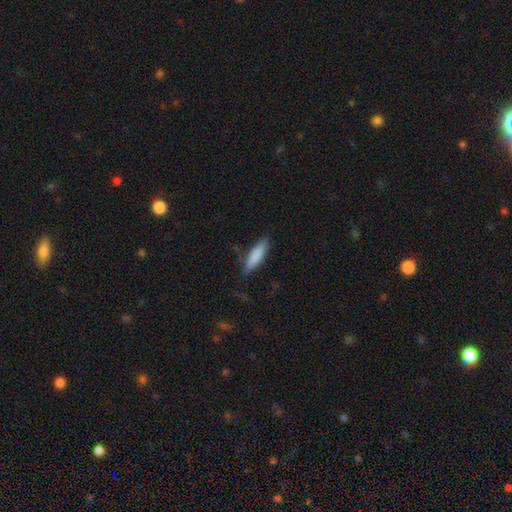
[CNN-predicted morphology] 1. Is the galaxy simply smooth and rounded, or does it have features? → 84% smooth, 10% featured or disk, 6% star or artifact.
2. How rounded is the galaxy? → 66% cigar-shaped, 32% in between, 1% round.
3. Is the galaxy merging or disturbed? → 79% none, 16% minor disturbance, 3% major disturbance, 2% merger.